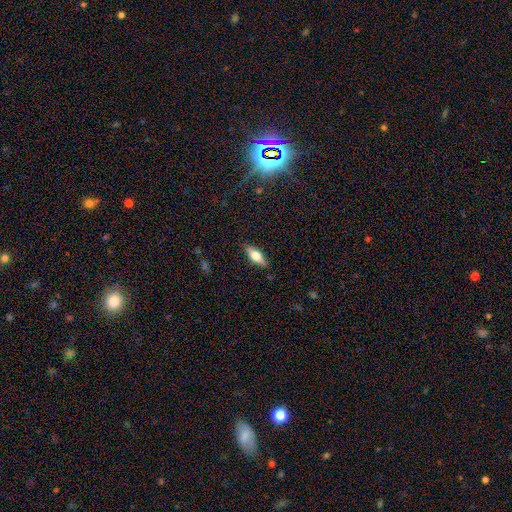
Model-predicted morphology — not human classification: Q: Smooth or featured?
A: smooth (54%); runner-up: featured or disk (39%)
Q: How rounded?
A: in between (62%); runner-up: cigar-shaped (35%)
Q: Merging?
A: none (86%); runner-up: minor disturbance (11%)